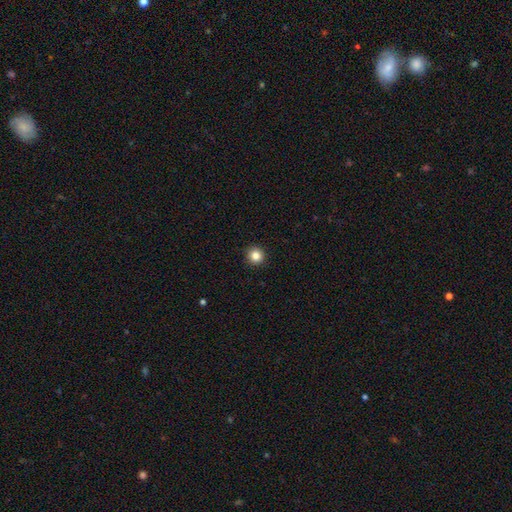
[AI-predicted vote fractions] smooth-or-featured: smooth: 84% | star or artifact: 11% | featured or disk: 5%
  how-rounded: round: 95% | in between: 4% | cigar-shaped: 1%
  merging: none: 93% | minor disturbance: 4% | major disturbance: 1% | merger: 1%